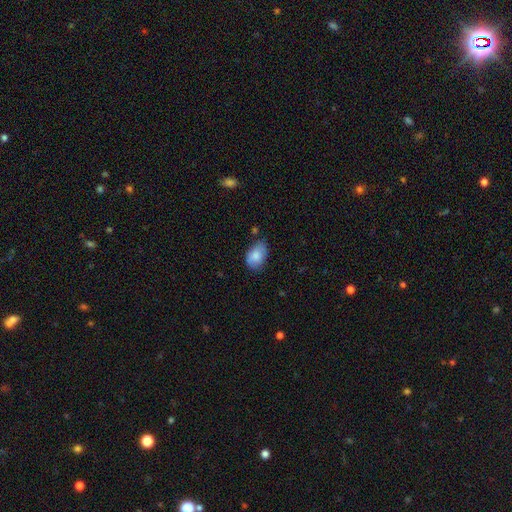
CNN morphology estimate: Smooth or featured?
  - smooth: 82% *
  - featured or disk: 10%
  - star or artifact: 7%
How rounded?
  - in between: 88% *
  - round: 10%
  - cigar-shaped: 1%
Merging?
  - none: 59% *
  - minor disturbance: 32%
  - major disturbance: 6%
  - merger: 3%